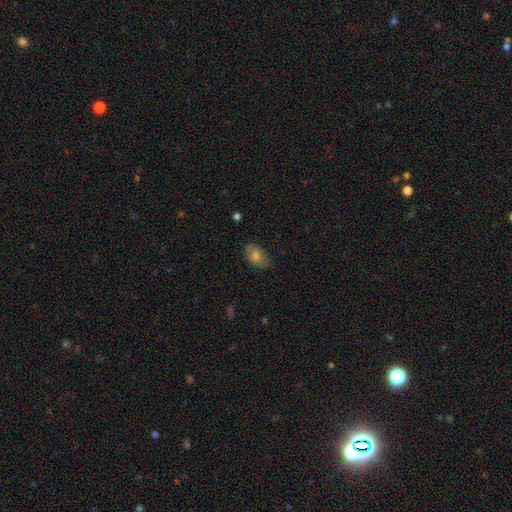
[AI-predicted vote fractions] Overall: smooth (67%). How rounded: in between (87%). Merging: none (78%).